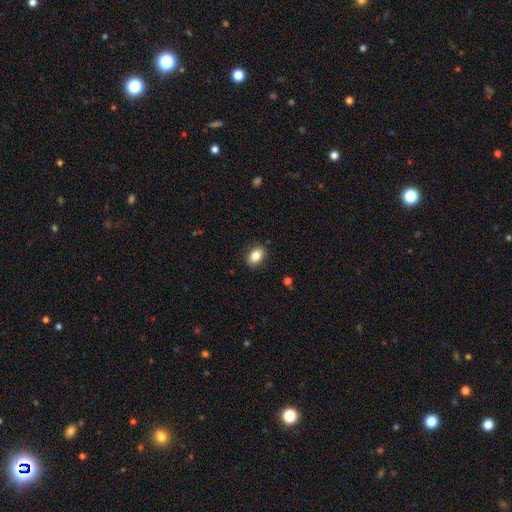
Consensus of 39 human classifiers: Volunteers were most divided on "how rounded": in between: 83%, round: 17%, cigar-shaped: 0%. More confident: merging — none (95%); smooth or featured — smooth (92%).